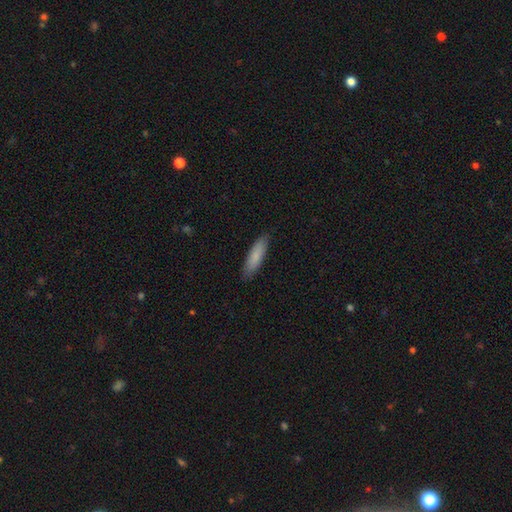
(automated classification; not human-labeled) Overall: smooth (84%). How rounded: cigar-shaped (69%; in between 30%). Merging: none (87%).